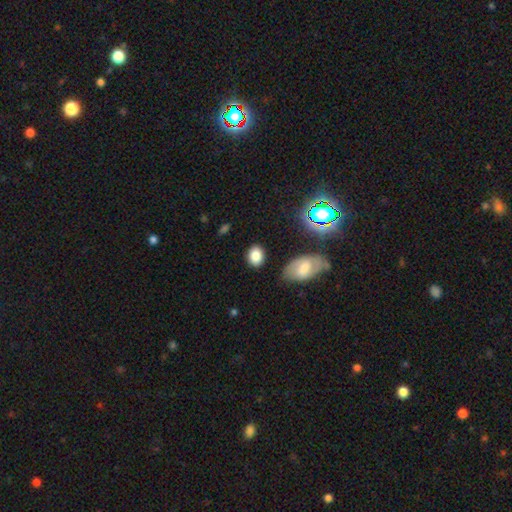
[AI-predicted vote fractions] smooth_or_featured: smooth (p=0.81) [alt: star or artifact p=0.10]
how_rounded: in between (p=0.61) [alt: round p=0.37]
merging: none (p=0.80) [alt: minor disturbance p=0.13]